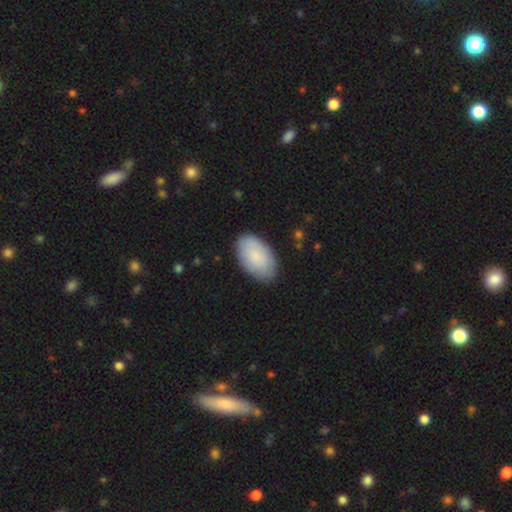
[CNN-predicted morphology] smooth 86%, featured or disk 9%, star or artifact 5%. Down the decision tree: how rounded — in between (95%); merging — none (84%).